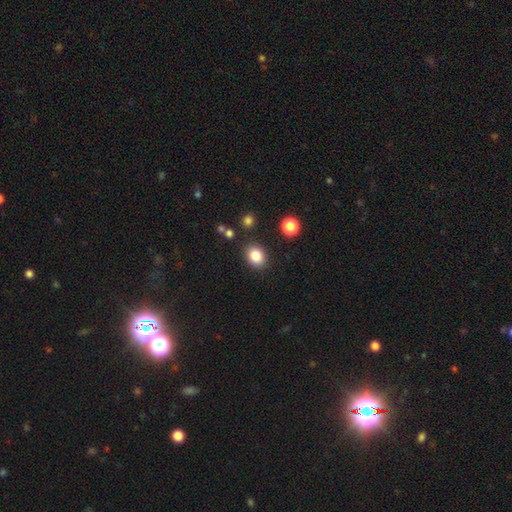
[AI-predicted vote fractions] smooth-or-featured: smooth: 85% | star or artifact: 10% | featured or disk: 5%
  how-rounded: in between: 54% | round: 46% | cigar-shaped: 1%
  merging: none: 85% | minor disturbance: 9% | merger: 3% | major disturbance: 3%